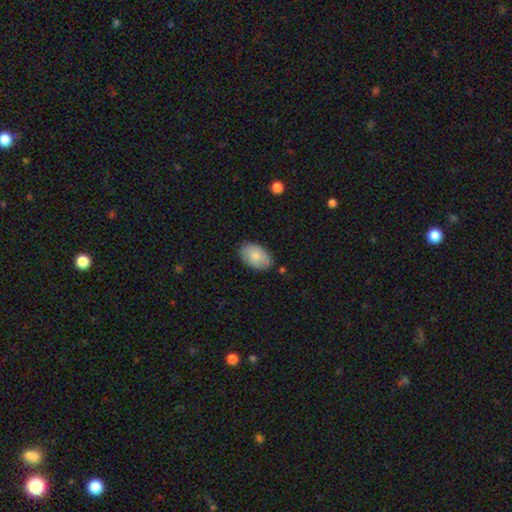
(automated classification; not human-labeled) Smooth or featured? Predicted: smooth (p=0.82). How rounded? Predicted: in between (p=0.92). Merging? Predicted: none (p=0.81).